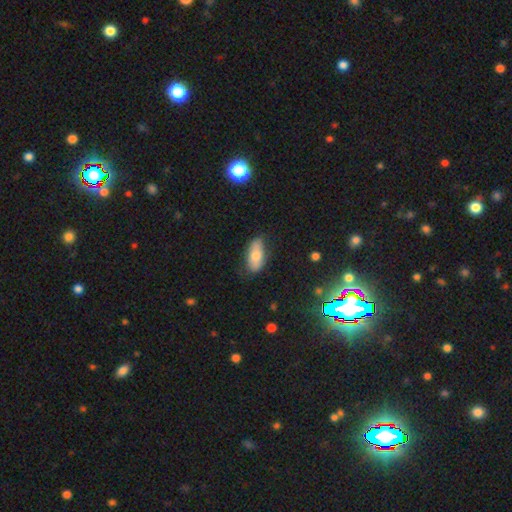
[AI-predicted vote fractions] A smooth galaxy with no disk features (71%) that is in between round and cigar-shaped (88%). Merging: none (75%).